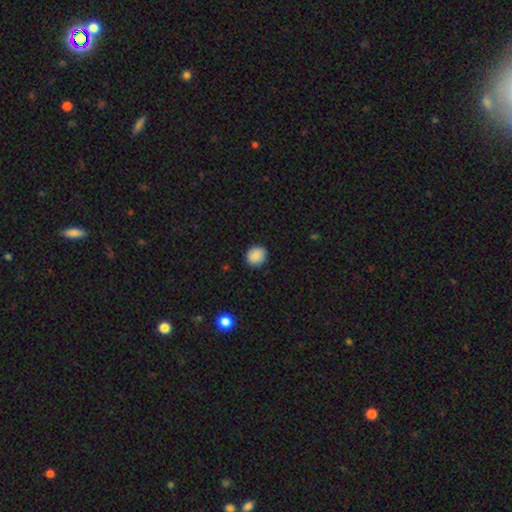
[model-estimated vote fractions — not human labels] Overall: smooth (88%). How rounded: round (80%). Merging: none (89%).